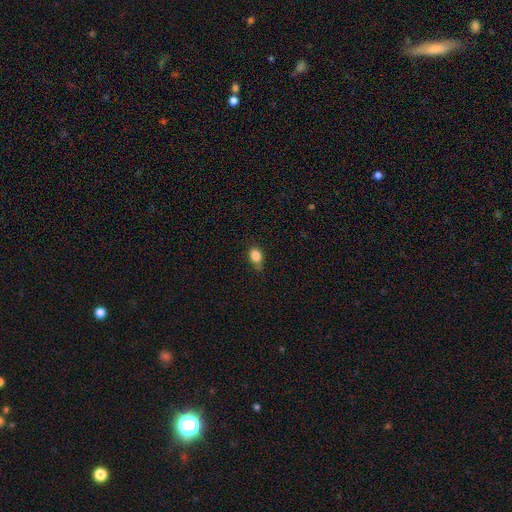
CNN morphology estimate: Smooth or featured? smooth (85%)
How rounded? in between (66%)
Merging? none (63%)